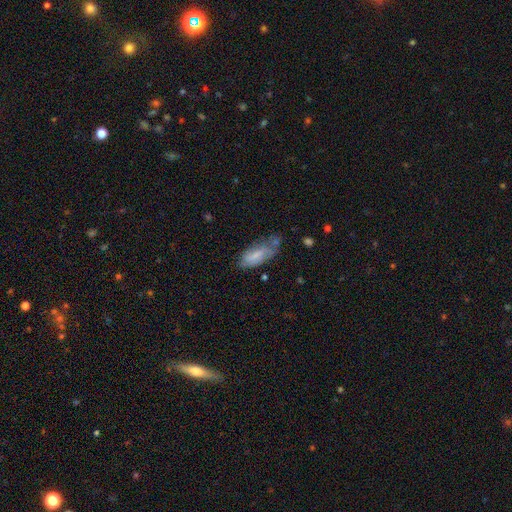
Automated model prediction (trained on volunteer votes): Smooth or featured? Predicted: smooth (p=0.58). How rounded? Predicted: in between (p=0.78). Merging? Predicted: none (p=0.47).